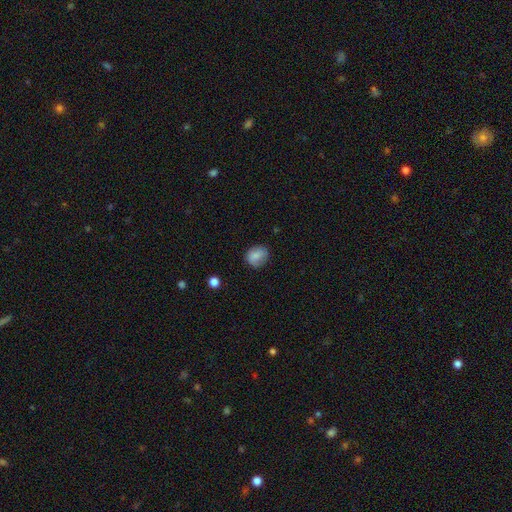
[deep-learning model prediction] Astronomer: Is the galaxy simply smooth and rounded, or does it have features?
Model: smooth — 82%.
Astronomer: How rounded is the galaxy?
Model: round — 64%.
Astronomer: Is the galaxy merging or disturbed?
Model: none — 74%.